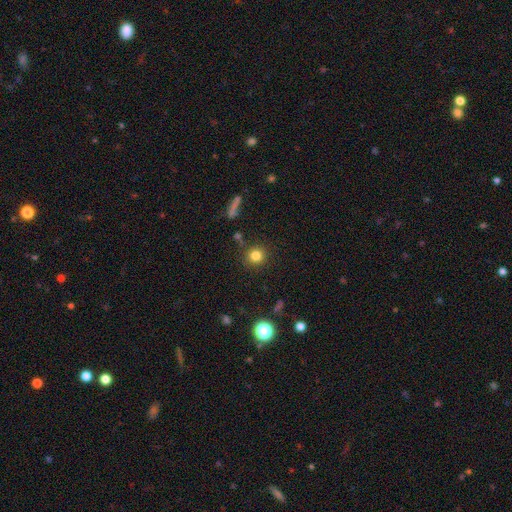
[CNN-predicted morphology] Smooth or featured? Predicted: smooth (p=0.80). How rounded? Predicted: round (p=0.91). Merging? Predicted: none (p=0.86).